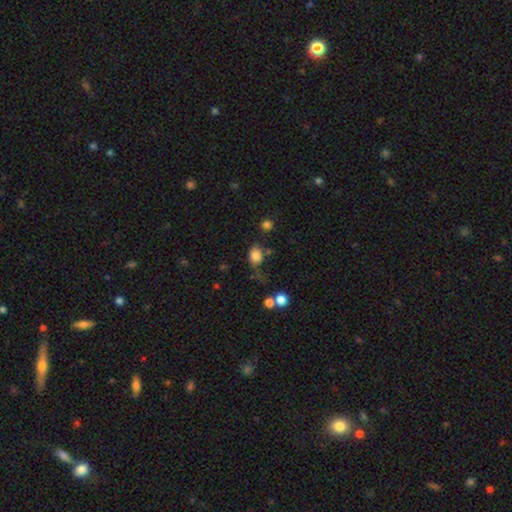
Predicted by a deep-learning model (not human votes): Smooth or featured? Predicted: smooth (p=0.83). How rounded? Predicted: in between (p=0.59). Merging? Predicted: none (p=0.50).